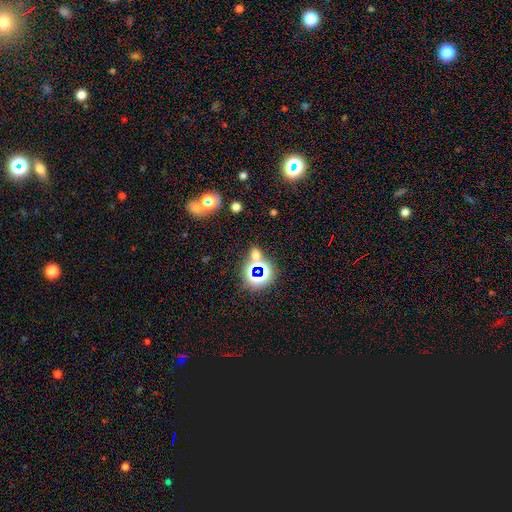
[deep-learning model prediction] Overall: star or artifact (50%; smooth 42%).